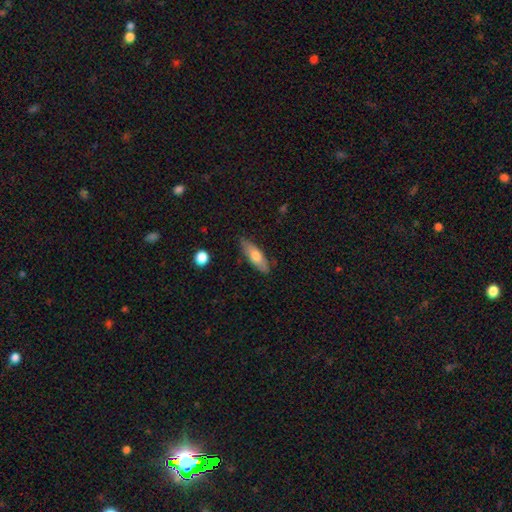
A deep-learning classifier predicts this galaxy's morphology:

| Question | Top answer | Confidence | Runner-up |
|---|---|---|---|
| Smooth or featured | smooth | 67% | featured or disk (26%) |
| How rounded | in between | 58% | cigar-shaped (39%) |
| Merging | none | 78% | minor disturbance (17%) |